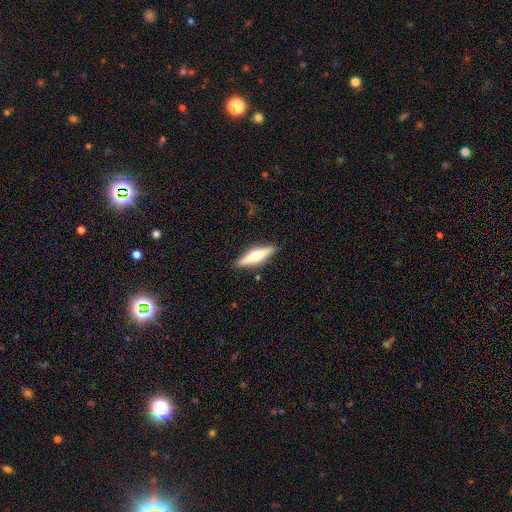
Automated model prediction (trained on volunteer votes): featured or disk 55%, smooth 40%, star or artifact 6%. Down the decision tree: edge-on disk — yes (95%); edge-on bulge — rounded (91%); merging — none (89%).